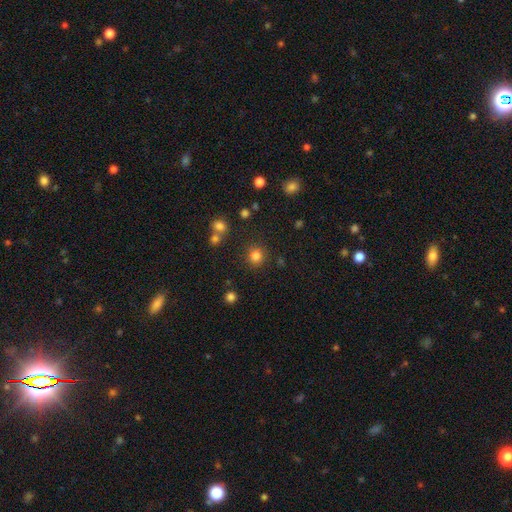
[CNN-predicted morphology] Q: Smooth or featured?
A: smooth (82%); runner-up: star or artifact (14%)
Q: How rounded?
A: round (92%); runner-up: in between (7%)
Q: Merging?
A: none (86%); runner-up: minor disturbance (7%)